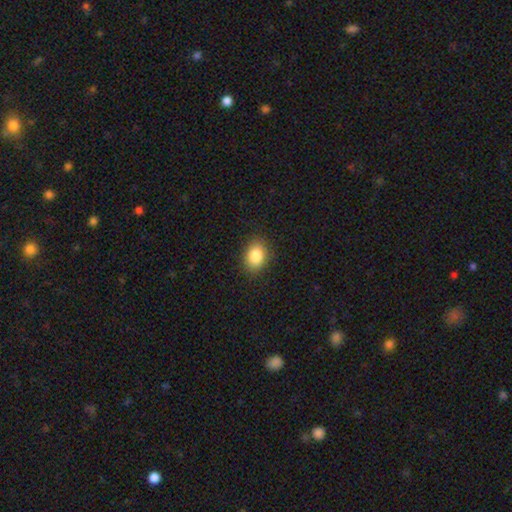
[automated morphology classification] A smooth galaxy with no disk features (86%) that is in between round and cigar-shaped (71%). Merging: none (88%).